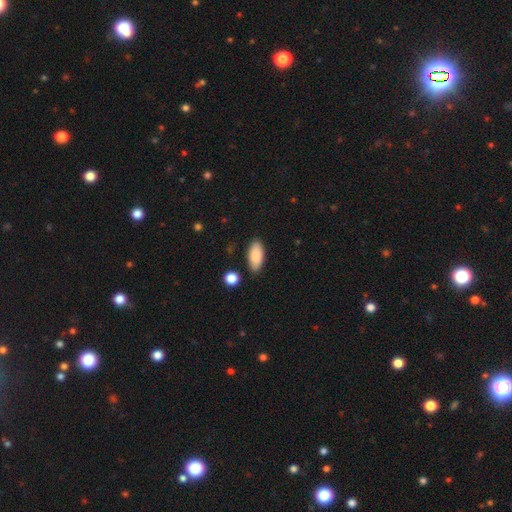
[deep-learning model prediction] This is clearly a smooth galaxy (87%). How rounded: clearly in between (89%). Merging: clearly none (83%).